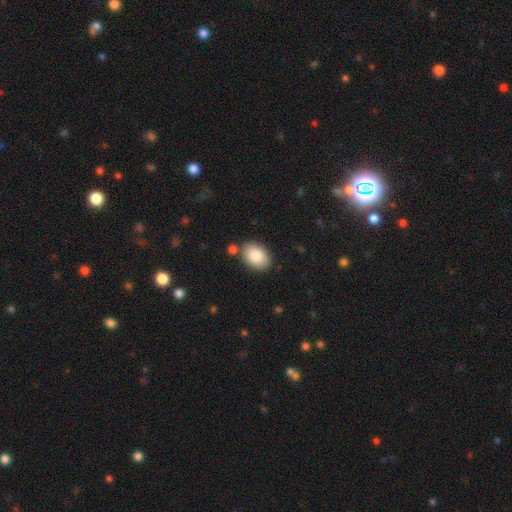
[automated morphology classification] A smooth galaxy with no disk features (85%) that is in between round and cigar-shaped (81%). Merging: none (81%).